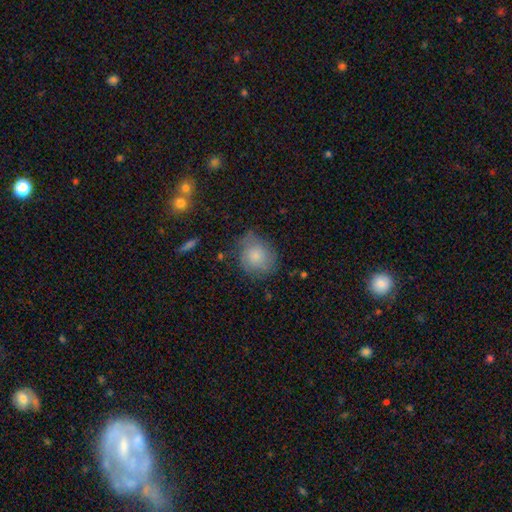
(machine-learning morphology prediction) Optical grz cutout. It shows a smooth galaxy with no disk features (72%) that is round (73%). Merging: none (63%).